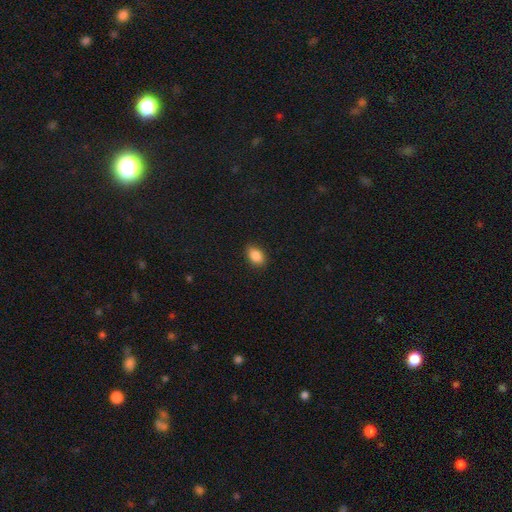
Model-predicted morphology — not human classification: type=smooth (87%); roundness=in between (87%); merging=none (87%).